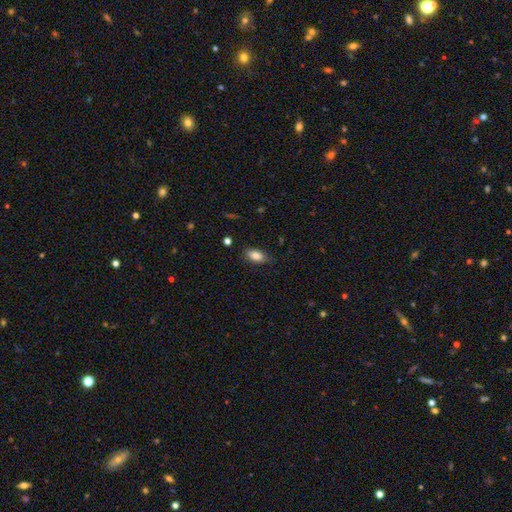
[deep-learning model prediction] Smooth or featured? smooth (84%)
How rounded? in between (89%)
Merging? none (79%)